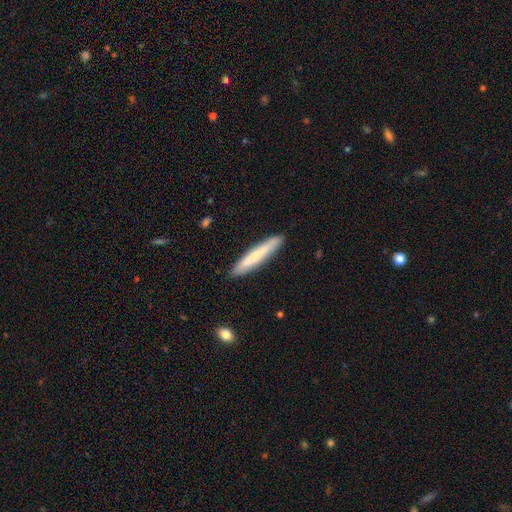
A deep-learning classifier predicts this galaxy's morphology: The model was most divided on "smooth or featured": smooth: 72%, featured or disk: 22%, star or artifact: 6%. More confident: how rounded — cigar-shaped (93%); merging — none (89%).